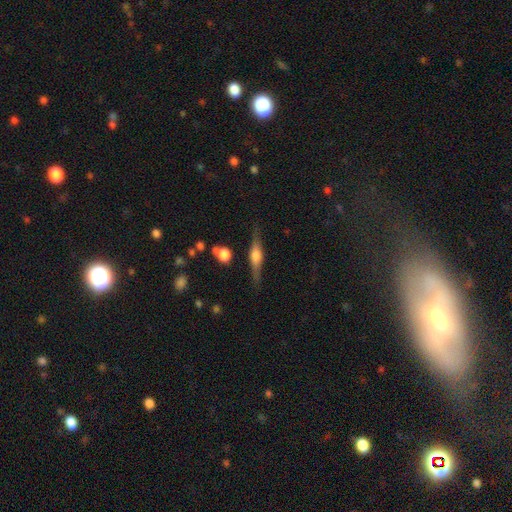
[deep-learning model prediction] smooth_or_featured: featured or disk (p=0.71) [alt: smooth p=0.23]
disk_edge_on: yes (p=0.97) [alt: no p=0.03]
edge_on_bulge: rounded (p=0.85) [alt: boxy p=0.12]
merging: none (p=0.84) [alt: minor disturbance p=0.10]